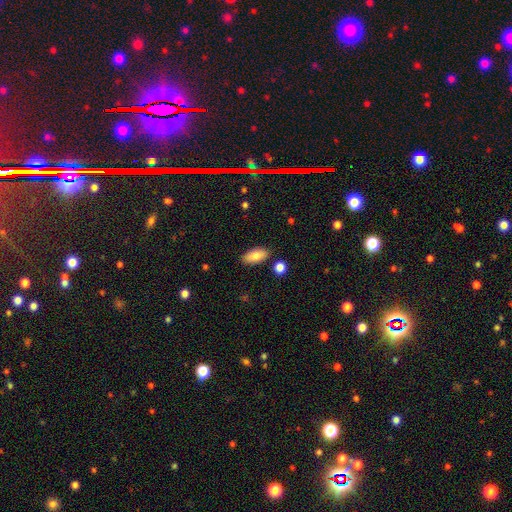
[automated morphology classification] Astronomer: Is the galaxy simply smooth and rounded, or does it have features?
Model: smooth — 82%.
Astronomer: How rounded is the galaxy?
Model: in between — 89%.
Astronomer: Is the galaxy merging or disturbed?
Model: none — 86%.